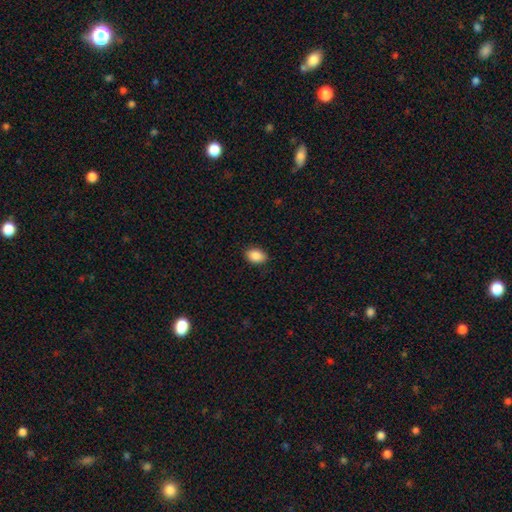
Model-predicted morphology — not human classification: Smooth or featured?
  - smooth: 88% *
  - star or artifact: 8%
  - featured or disk: 4%
How rounded?
  - in between: 83% *
  - round: 16%
  - cigar-shaped: 1%
Merging?
  - none: 88% *
  - minor disturbance: 9%
  - major disturbance: 2%
  - merger: 1%